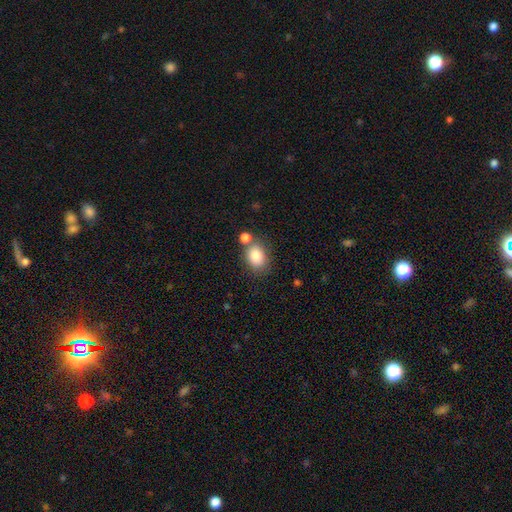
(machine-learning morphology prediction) A smooth galaxy with no disk features (85%) that is in between round and cigar-shaped (65%).

Vote fractions:
- Smooth or featured? smooth: 85% / star or artifact: 9% / featured or disk: 6%
- How rounded? in between: 65% / round: 34% / cigar-shaped: 1%
- Merging? none: 61% / merger: 21% / minor disturbance: 13% / major disturbance: 4%